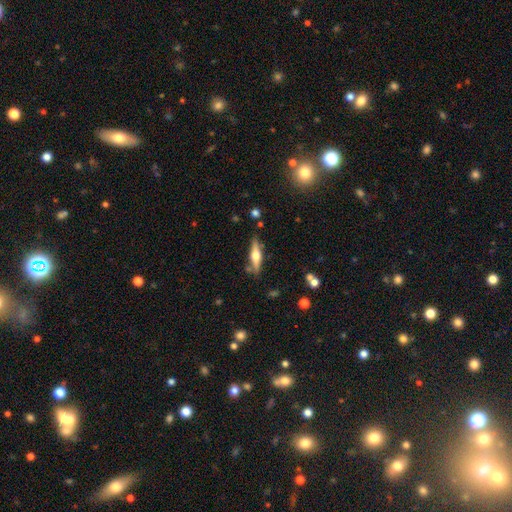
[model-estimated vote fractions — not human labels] Morphology: type=featured or disk (61%); edge-on=yes (95%); edge-on bulge=rounded (91%); merging=none (81%).